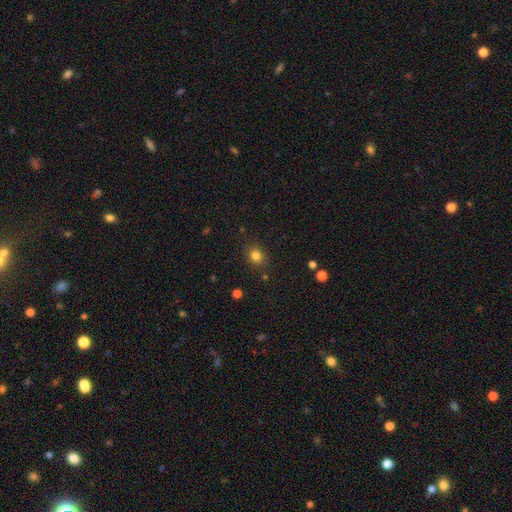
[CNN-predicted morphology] Smooth or featured? Predicted: smooth (p=0.81). How rounded? Predicted: round (p=0.72). Merging? Predicted: none (p=0.85).